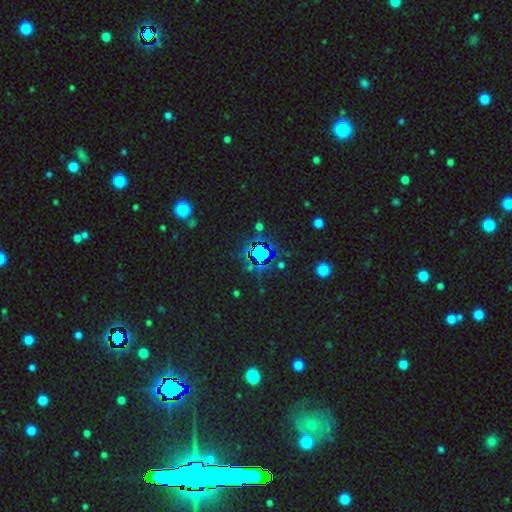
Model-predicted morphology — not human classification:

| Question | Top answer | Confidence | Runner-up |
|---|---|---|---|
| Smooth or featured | star or artifact | 75% | smooth (16%) |